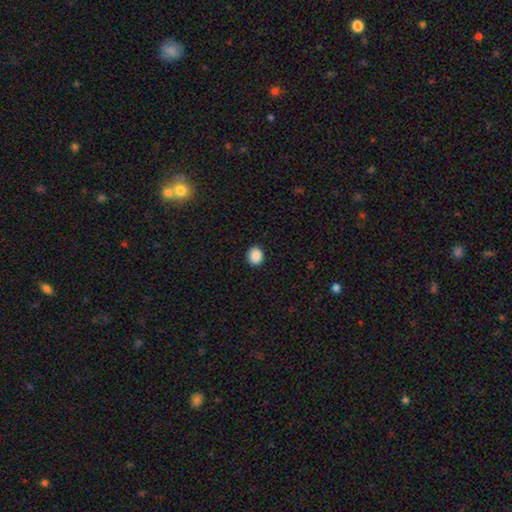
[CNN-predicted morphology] This is clearly a smooth galaxy (89%). How rounded: likely round (67%). Merging: clearly none (91%).